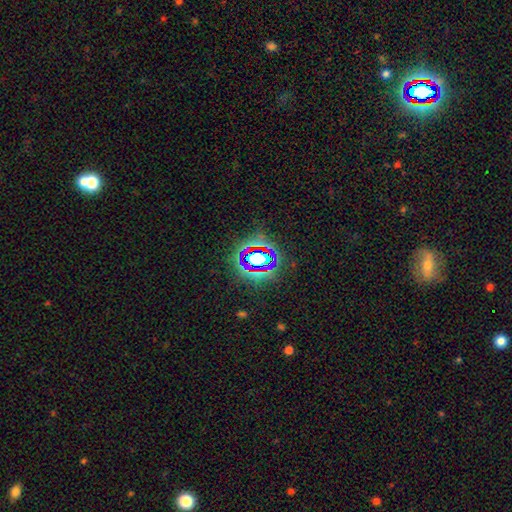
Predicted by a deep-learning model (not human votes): Morphology: type=star or artifact (74%).